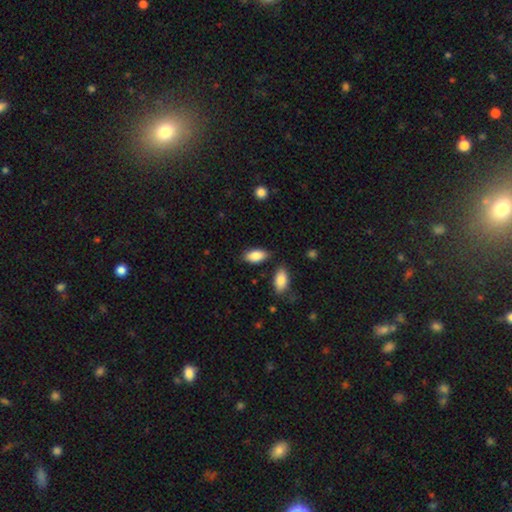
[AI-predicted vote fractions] smooth-or-featured: smooth: 87% | featured or disk: 7% | star or artifact: 6%
  how-rounded: in between: 91% | cigar-shaped: 6% | round: 3%
  merging: none: 78% | minor disturbance: 15% | merger: 5% | major disturbance: 3%